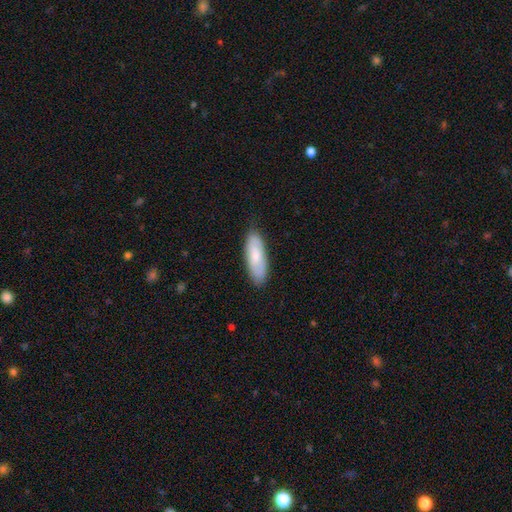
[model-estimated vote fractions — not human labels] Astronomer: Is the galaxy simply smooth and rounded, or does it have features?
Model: smooth — 69%.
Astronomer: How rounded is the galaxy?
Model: in between — 65%.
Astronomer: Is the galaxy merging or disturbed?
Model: none — 83%.